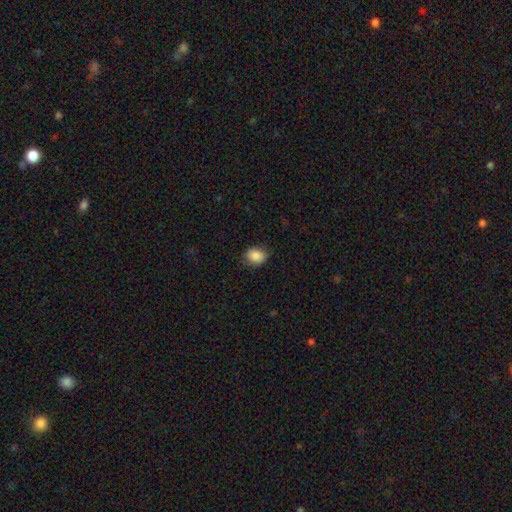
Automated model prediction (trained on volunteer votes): Smooth or featured? Predicted: smooth (p=0.88). How rounded? Predicted: round (p=0.51). Merging? Predicted: none (p=0.81).